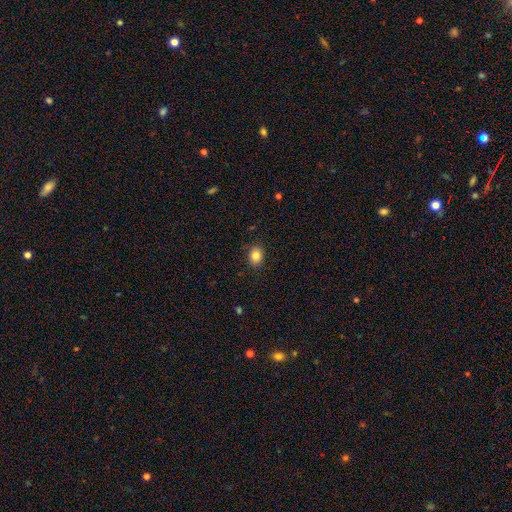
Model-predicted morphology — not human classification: The model was most divided on "how rounded": in between: 59%, round: 40%, cigar-shaped: 1%. More confident: merging — none (87%); smooth or featured — smooth (84%).